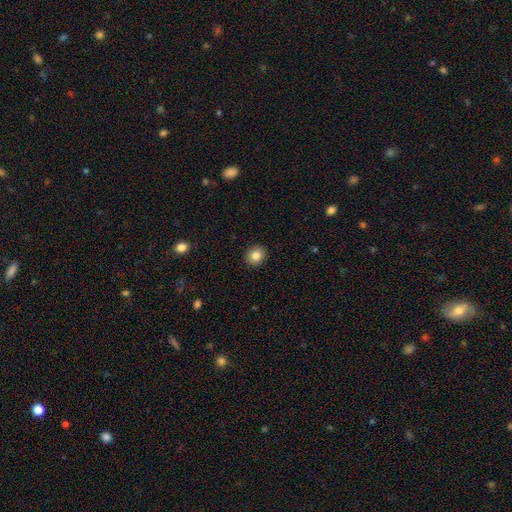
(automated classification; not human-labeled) Smooth or featured: smooth — 84% (star or artifact — 10%)
How rounded: round — 76% (in between — 23%)
Merging: none — 91% (minor disturbance — 6%)